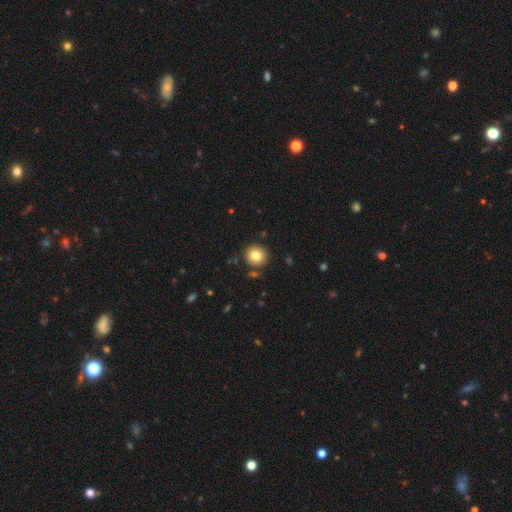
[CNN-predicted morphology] A smooth galaxy with no disk features (81%) that is round (89%). Merging: none (87%).